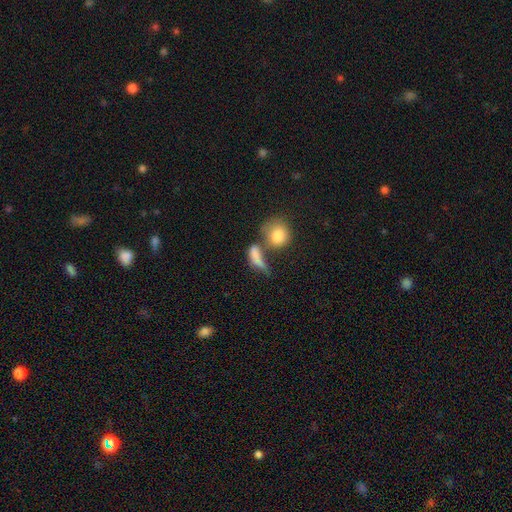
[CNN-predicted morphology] Smooth or featured: smooth — 72% (featured or disk — 18%)
How rounded: in between — 51% (cigar-shaped — 27%)
Merging: merger — 40% (none — 28%)